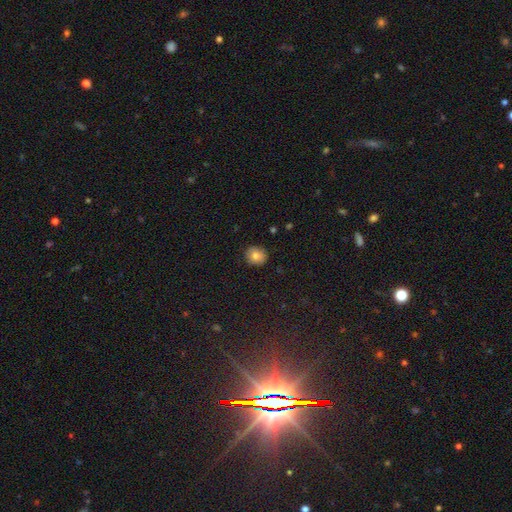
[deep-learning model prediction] smooth 79%, featured or disk 12%, star or artifact 9%. Down the decision tree: how rounded — round (74%); merging — none (86%).